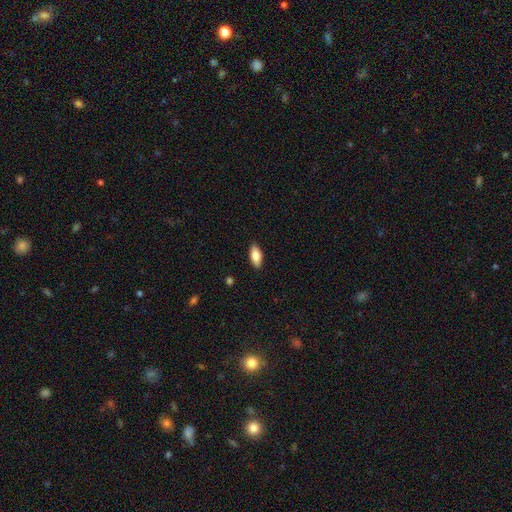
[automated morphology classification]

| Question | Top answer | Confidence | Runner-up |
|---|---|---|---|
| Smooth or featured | smooth | 78% | featured or disk (15%) |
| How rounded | in between | 84% | cigar-shaped (14%) |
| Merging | none | 89% | minor disturbance (8%) |